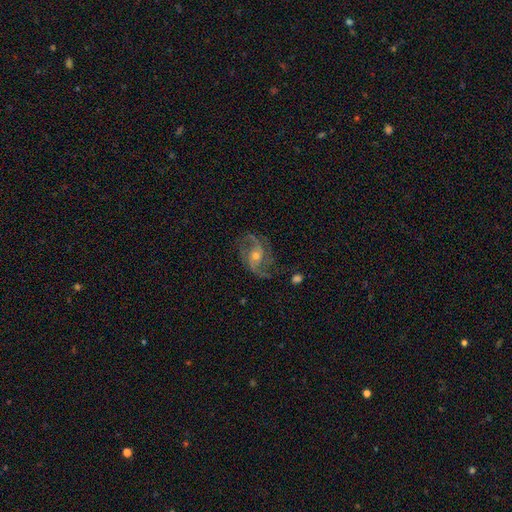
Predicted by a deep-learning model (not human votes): Smooth or featured?
  - featured or disk: 87% *
  - star or artifact: 7%
  - smooth: 6%
Edge-on disk?
  - no: 97% *
  - yes: 3%
Bar?
  - no: 59% *
  - weak: 31%
  - strong: 10%
Spiral arms?
  - yes: 96% *
  - no: 4%
Spiral winding?
  - medium: 51% *
  - loose: 32%
  - tight: 18%
Spiral arm count?
  - 2: 56% *
  - 3: 23%
  - can't tell: 8%
  - 4: 5%
  - 1: 4%
  - more than 4: 4%
Bulge size?
  - moderate: 55% *
  - small: 40%
  - large: 2%
  - none: 1%
  - dominant: 1%
Merging?
  - none: 70% *
  - minor disturbance: 18%
  - major disturbance: 10%
  - merger: 2%